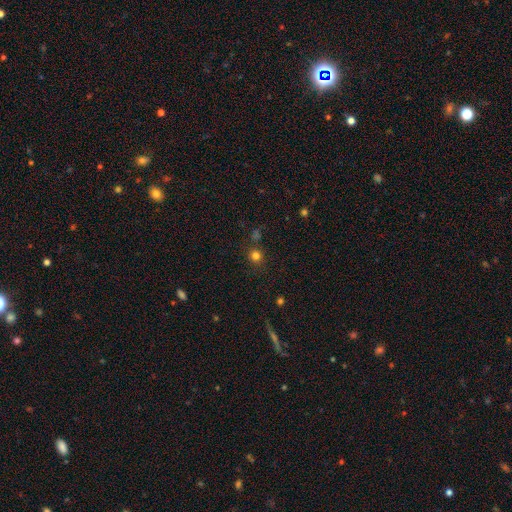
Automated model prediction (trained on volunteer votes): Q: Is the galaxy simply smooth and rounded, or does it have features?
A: smooth — 76%.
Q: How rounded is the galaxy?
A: round — 92%.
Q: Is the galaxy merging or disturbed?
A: none — 83%.